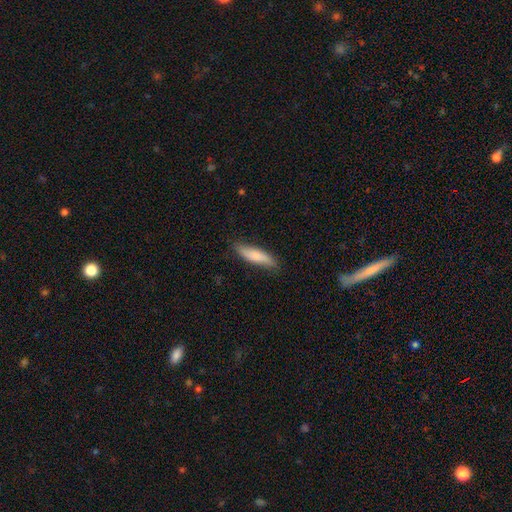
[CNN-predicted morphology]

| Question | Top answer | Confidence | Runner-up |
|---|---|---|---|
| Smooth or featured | smooth | 75% | featured or disk (19%) |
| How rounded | cigar-shaped | 68% | in between (30%) |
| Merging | none | 79% | minor disturbance (17%) |